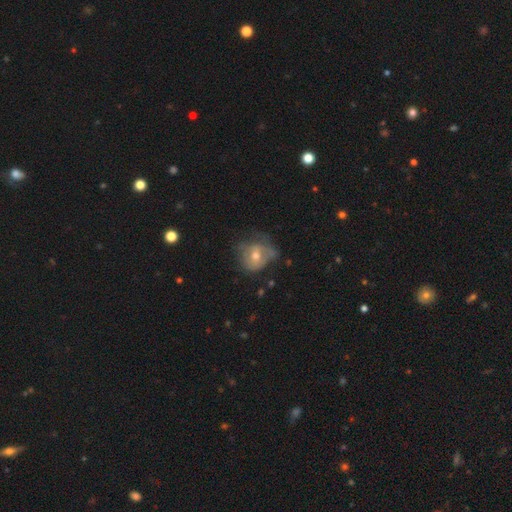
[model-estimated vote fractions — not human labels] smooth_or_featured: smooth (p=0.49) [alt: featured or disk p=0.42]
merging: none (p=0.36) [alt: minor disturbance p=0.32]